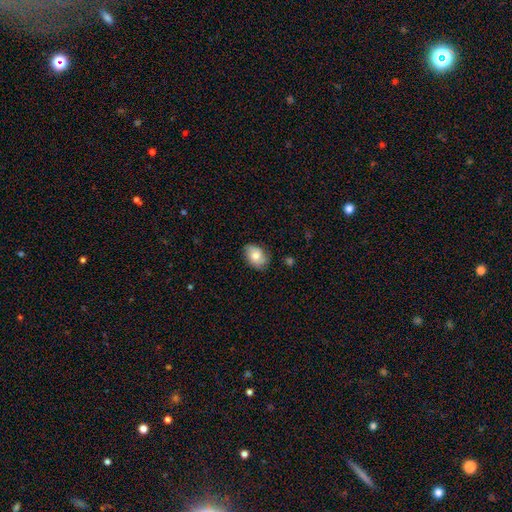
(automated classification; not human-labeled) Smooth or featured? Predicted: smooth (p=0.72). How rounded? Predicted: in between (p=0.77). Merging? Predicted: none (p=0.74).